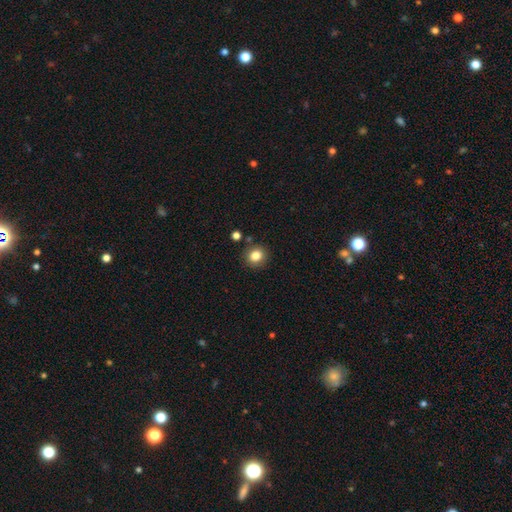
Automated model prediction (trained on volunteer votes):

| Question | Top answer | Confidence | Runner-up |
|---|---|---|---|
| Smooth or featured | smooth | 83% | star or artifact (11%) |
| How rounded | round | 82% | in between (17%) |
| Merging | none | 86% | minor disturbance (8%) |